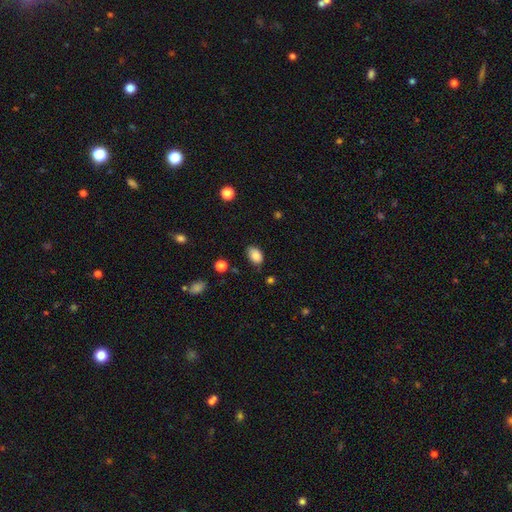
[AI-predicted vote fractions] smooth 85%, star or artifact 9%, featured or disk 6%. Down the decision tree: how rounded — in between (86%); merging — none (76%).